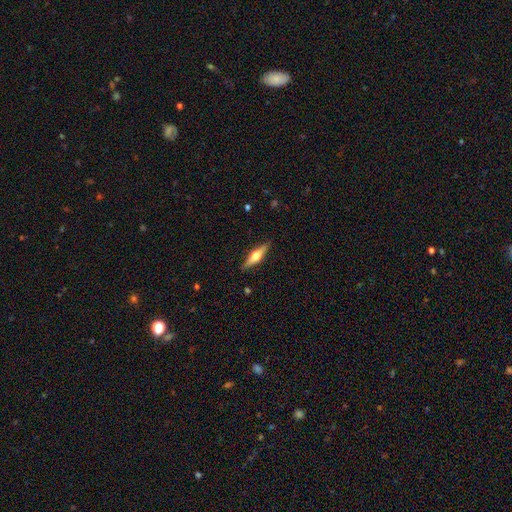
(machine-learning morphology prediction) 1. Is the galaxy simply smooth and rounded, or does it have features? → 64% featured or disk, 31% smooth, 6% star or artifact.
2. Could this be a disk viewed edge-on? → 96% yes, 4% no.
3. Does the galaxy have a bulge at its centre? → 93% rounded, 5% boxy, 2% none.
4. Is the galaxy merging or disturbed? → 89% none, 8% minor disturbance, 2% major disturbance, 1% merger.